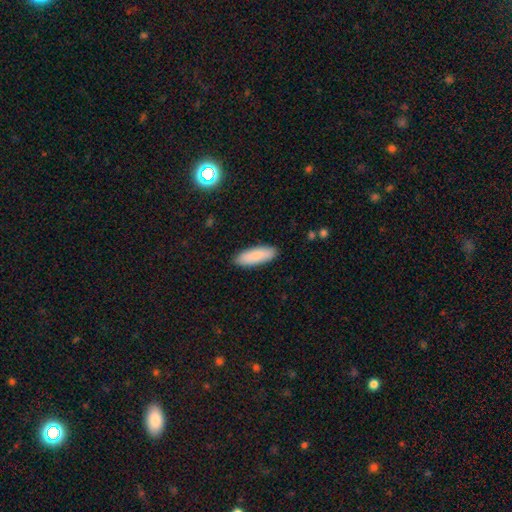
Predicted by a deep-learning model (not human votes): Overall: smooth (86%). How rounded: in between (63%; cigar-shaped 36%). Merging: none (89%).